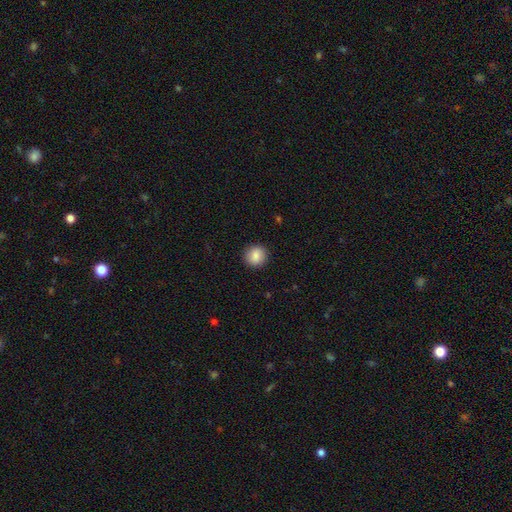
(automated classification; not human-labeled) smooth_or_featured: smooth (p=0.86) [alt: star or artifact p=0.08]
how_rounded: round (p=0.91) [alt: in between p=0.08]
merging: none (p=0.91) [alt: minor disturbance p=0.06]